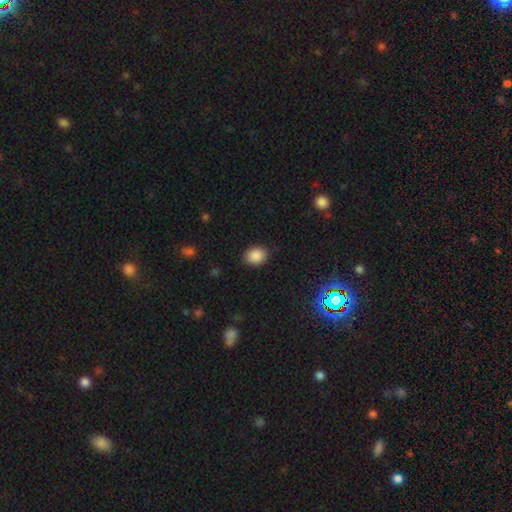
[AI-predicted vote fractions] Smooth or featured? smooth (86%)
How rounded? round (56%)
Merging? none (82%)